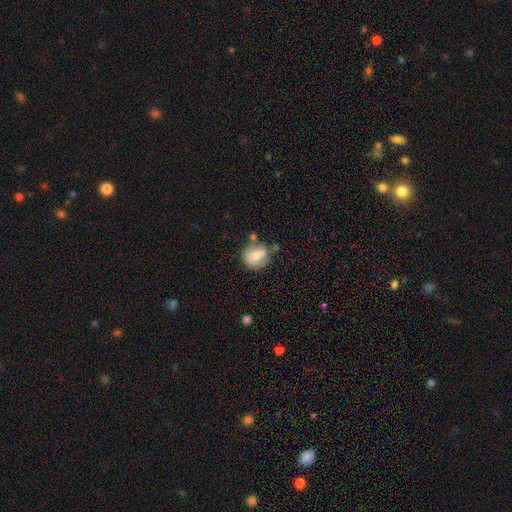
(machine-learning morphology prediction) The model was most divided on "smooth or featured": smooth: 63%, featured or disk: 29%, star or artifact: 9%. More confident: how rounded — round (71%); merging — none (61%).